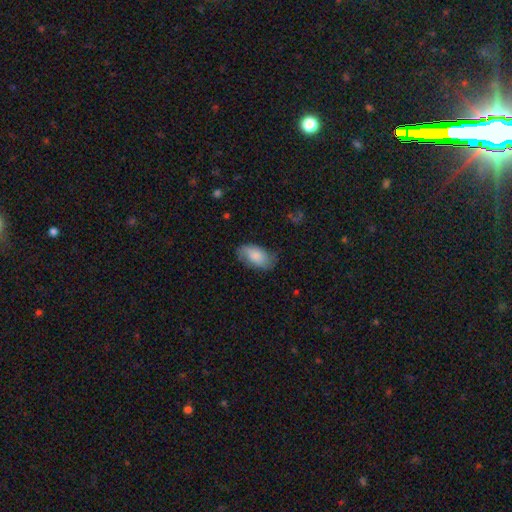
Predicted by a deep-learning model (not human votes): Smooth or featured?
  - smooth: 74% *
  - featured or disk: 20%
  - star or artifact: 7%
How rounded?
  - in between: 94% *
  - round: 4%
  - cigar-shaped: 2%
Merging?
  - none: 67% *
  - minor disturbance: 24%
  - major disturbance: 7%
  - merger: 1%